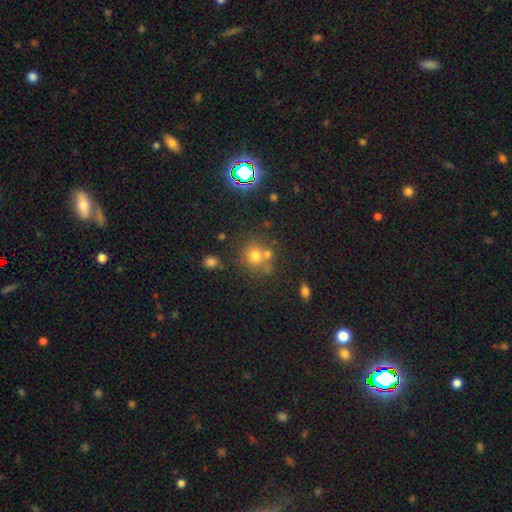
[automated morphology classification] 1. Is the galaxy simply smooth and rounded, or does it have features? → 66% smooth, 22% star or artifact, 12% featured or disk.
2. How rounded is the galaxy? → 84% round, 15% in between, 1% cigar-shaped.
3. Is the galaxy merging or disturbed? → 57% none, 28% merger, 11% minor disturbance, 4% major disturbance.